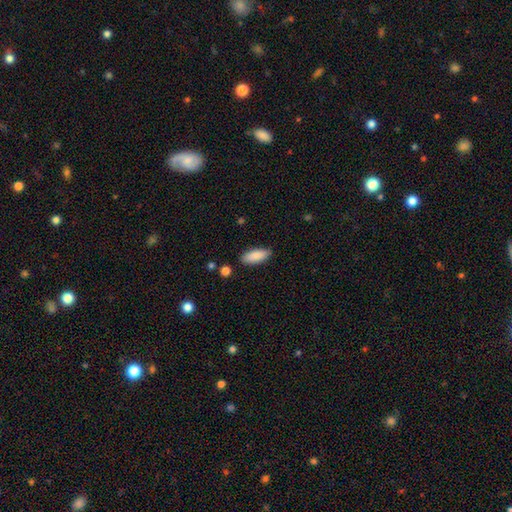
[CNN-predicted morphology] This is clearly a smooth galaxy (88%). How rounded: likely in between (77%). Merging: clearly none (84%).